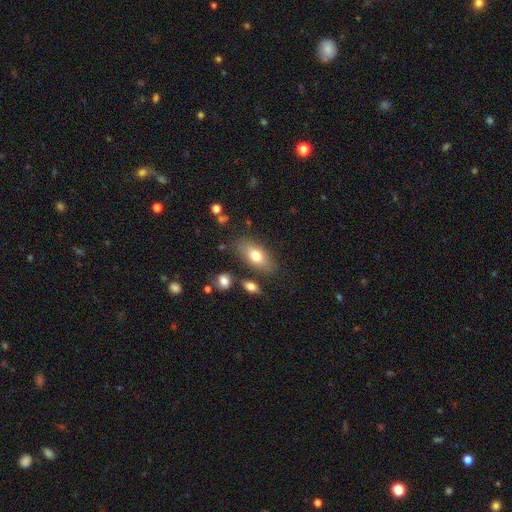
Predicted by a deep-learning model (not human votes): Overall: smooth (75%). How rounded: in between (86%). Merging: none (77%).